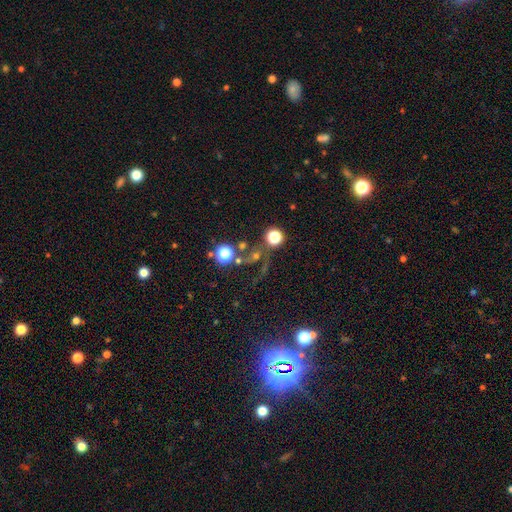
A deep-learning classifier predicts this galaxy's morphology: smooth-or-featured: star or artifact: 50% | smooth: 30% | featured or disk: 19%